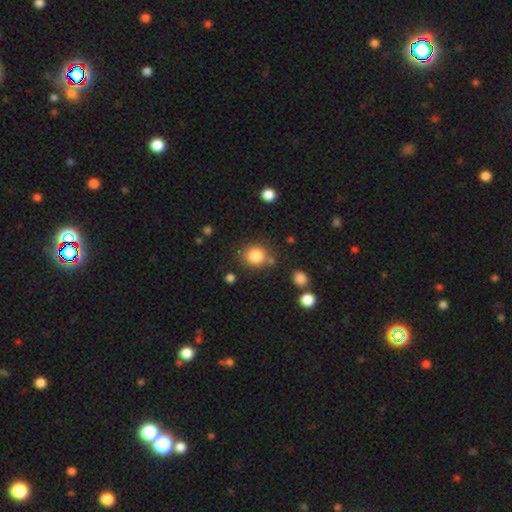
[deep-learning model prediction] Smooth or featured? smooth (83%)
How rounded? round (84%)
Merging? none (78%)